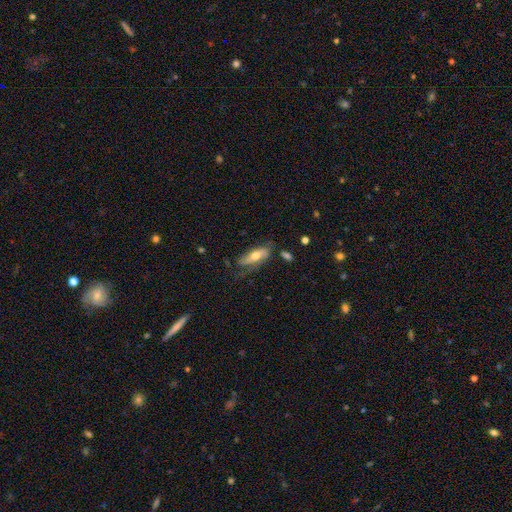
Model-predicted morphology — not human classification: type=smooth (50%); merging=none (55%).